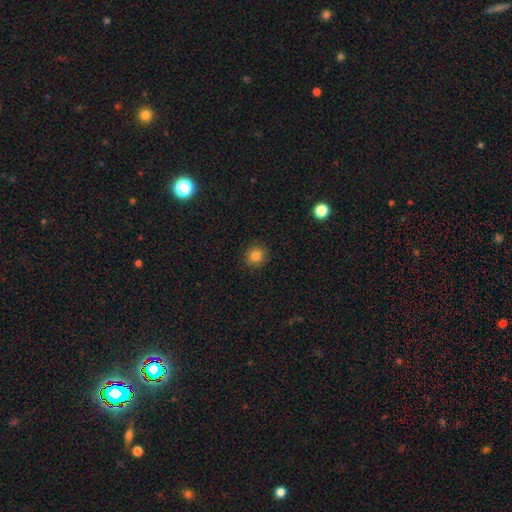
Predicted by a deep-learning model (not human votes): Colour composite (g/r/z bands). It shows a smooth galaxy with no disk features (83%) that is round (87%). Merging: none (91%).